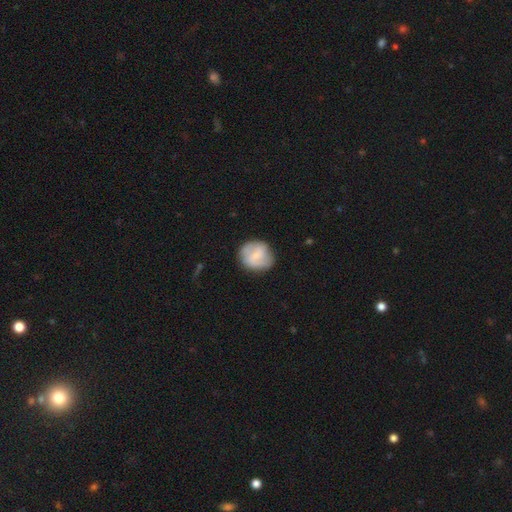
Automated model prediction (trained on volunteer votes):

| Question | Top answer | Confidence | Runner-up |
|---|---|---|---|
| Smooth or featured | smooth | 48% | featured or disk (46%) |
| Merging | none | 75% | minor disturbance (18%) |